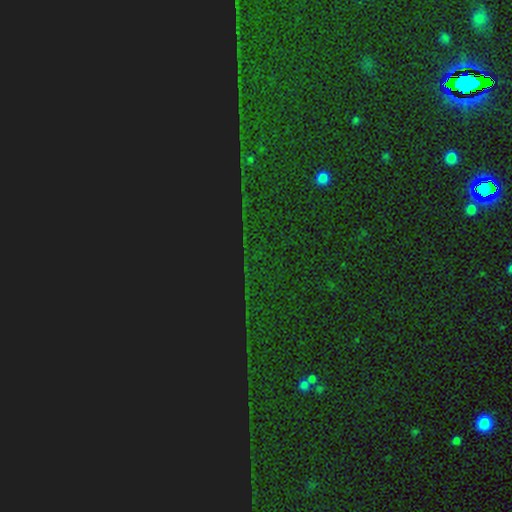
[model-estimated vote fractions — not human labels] The model was most divided on "smooth or featured": star or artifact: 86%, smooth: 7%, featured or disk: 6%.